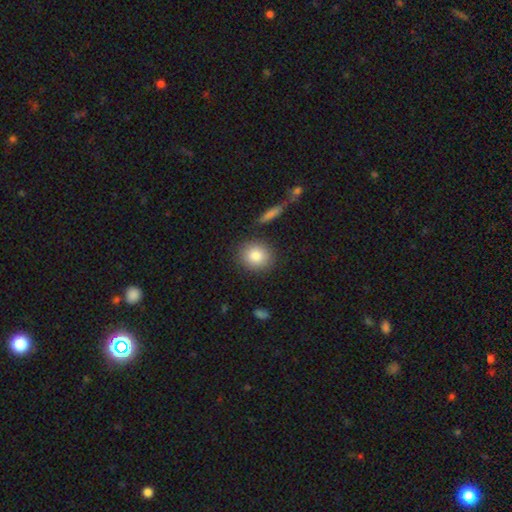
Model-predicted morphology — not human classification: A smooth galaxy with no disk features (83%) that is round (73%). Merging: none (85%).